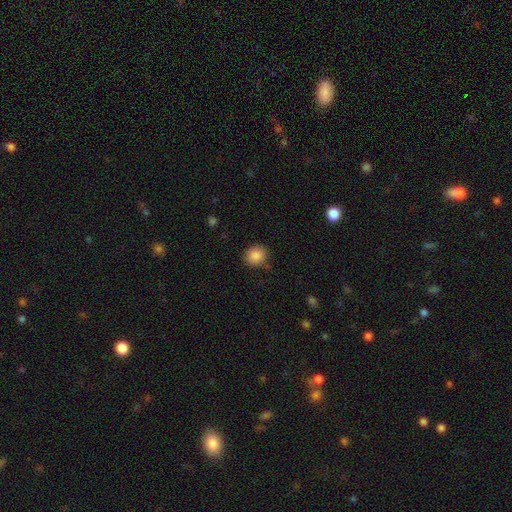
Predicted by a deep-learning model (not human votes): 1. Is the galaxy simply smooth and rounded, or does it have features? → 86% smooth, 9% star or artifact, 5% featured or disk.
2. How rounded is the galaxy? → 74% round, 25% in between, 1% cigar-shaped.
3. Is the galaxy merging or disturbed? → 83% none, 12% minor disturbance, 3% major disturbance, 2% merger.